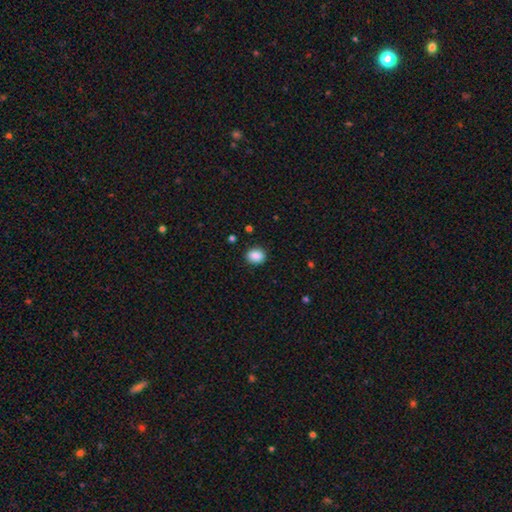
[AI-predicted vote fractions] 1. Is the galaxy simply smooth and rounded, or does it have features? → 88% smooth, 8% star or artifact, 3% featured or disk.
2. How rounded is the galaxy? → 56% round, 43% in between, 1% cigar-shaped.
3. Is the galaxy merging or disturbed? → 89% none, 8% minor disturbance, 2% major disturbance, 1% merger.